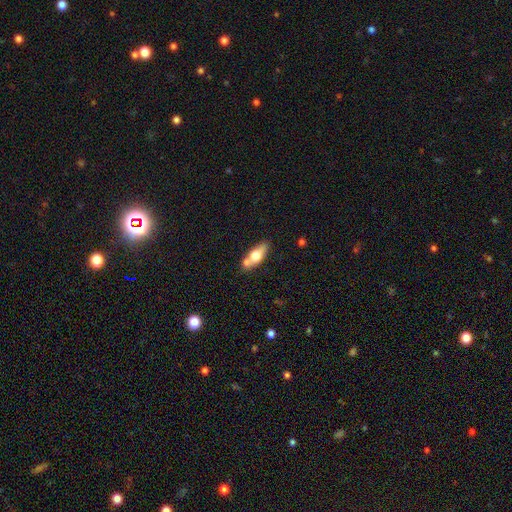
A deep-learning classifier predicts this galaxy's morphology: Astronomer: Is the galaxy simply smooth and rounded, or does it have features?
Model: smooth — 58% (runner-up: featured or disk, 34%).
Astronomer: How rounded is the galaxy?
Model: in between — 67%.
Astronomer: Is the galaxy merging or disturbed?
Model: none — 54%.